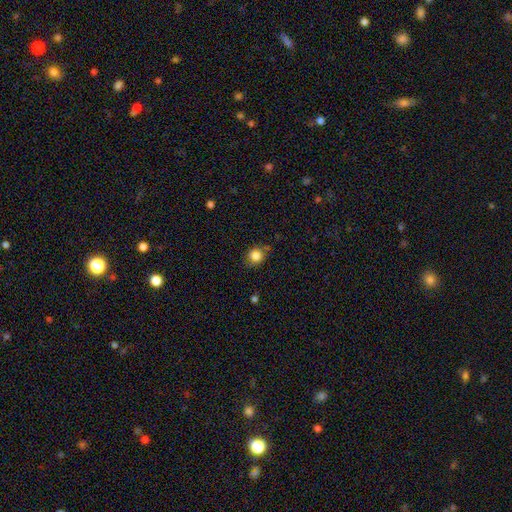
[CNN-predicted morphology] The model was most divided on "how rounded": round: 76%, in between: 23%, cigar-shaped: 1%. More confident: smooth or featured — smooth (84%); merging — none (75%).